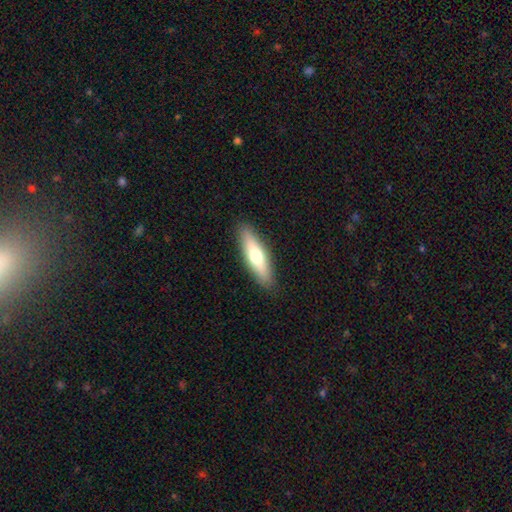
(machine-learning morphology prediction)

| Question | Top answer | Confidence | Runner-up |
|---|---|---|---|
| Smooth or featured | smooth | 64% | featured or disk (30%) |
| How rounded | cigar-shaped | 65% | in between (33%) |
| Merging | none | 89% | minor disturbance (8%) |